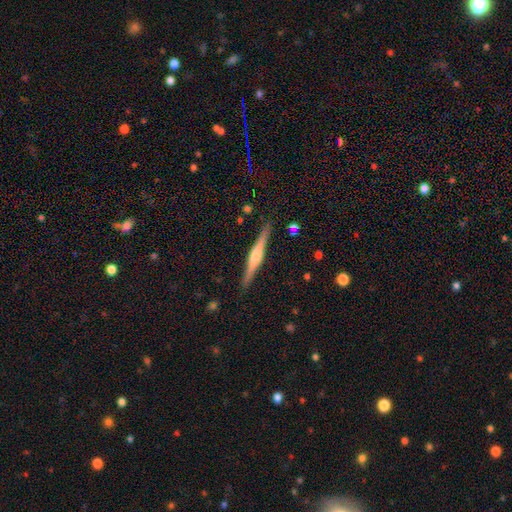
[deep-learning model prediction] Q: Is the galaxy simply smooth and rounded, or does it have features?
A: featured or disk — 72%.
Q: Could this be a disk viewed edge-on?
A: yes — 98%.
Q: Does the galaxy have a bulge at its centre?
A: rounded — 76%.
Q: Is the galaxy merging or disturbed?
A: none — 90%.